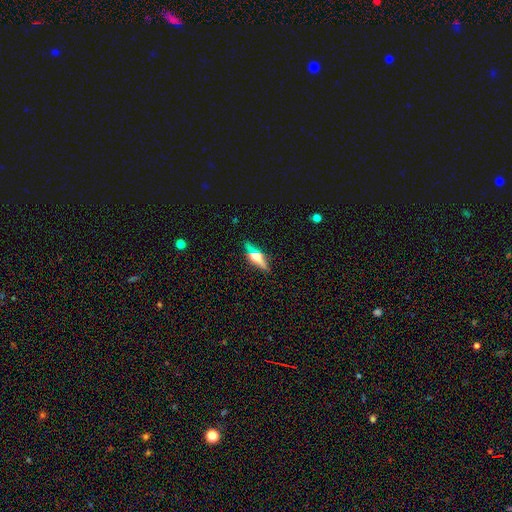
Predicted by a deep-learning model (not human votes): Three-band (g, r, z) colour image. It shows a featured or disk galaxy (60%) viewed edge-on (92%) with a rounded central bulge (94%). Merging: none (86%).